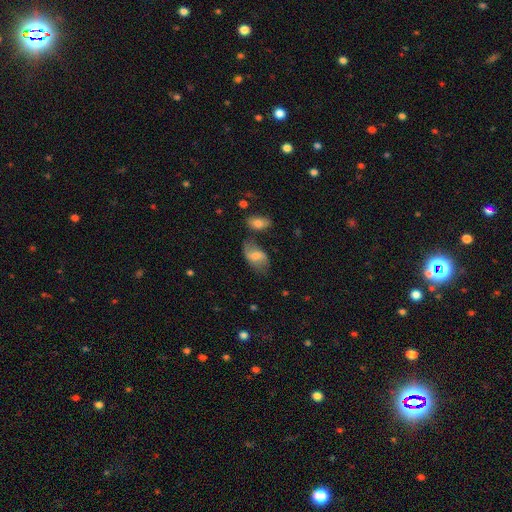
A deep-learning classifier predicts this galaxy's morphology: smooth 51%, featured or disk 41%, star or artifact 8%. Down the decision tree: how rounded — in between (91%); merging — none (55%).